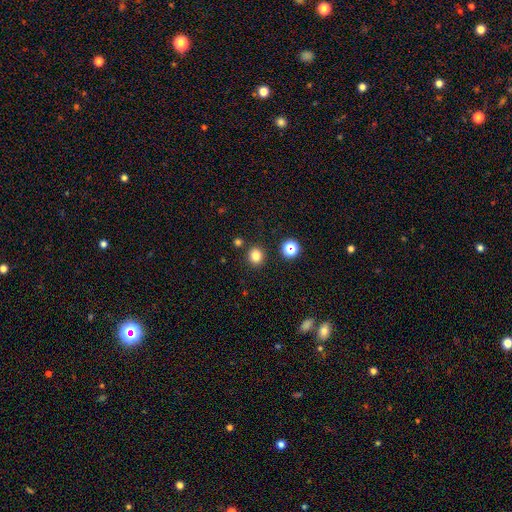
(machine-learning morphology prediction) Smooth or featured?
  - smooth: 81% *
  - star or artifact: 15%
  - featured or disk: 5%
How rounded?
  - round: 80% *
  - in between: 19%
  - cigar-shaped: 1%
Merging?
  - none: 87% *
  - minor disturbance: 7%
  - merger: 4%
  - major disturbance: 2%